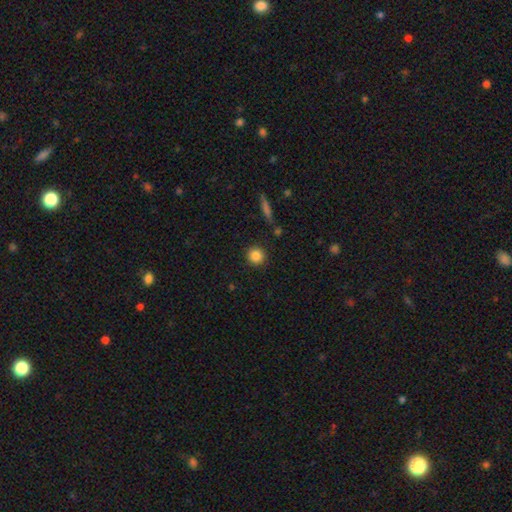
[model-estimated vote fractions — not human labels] A smooth galaxy with no disk features (86%) that is round (93%).

Vote fractions:
- Smooth or featured? smooth: 86% / star or artifact: 9% / featured or disk: 5%
- How rounded? round: 93% / in between: 6% / cigar-shaped: 1%
- Merging? none: 89% / minor disturbance: 6% / merger: 2% / major disturbance: 2%